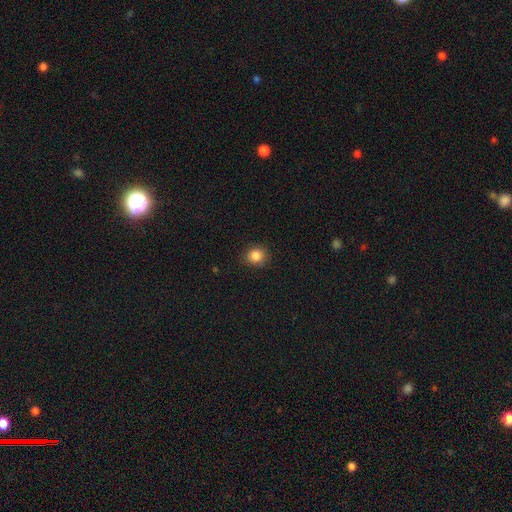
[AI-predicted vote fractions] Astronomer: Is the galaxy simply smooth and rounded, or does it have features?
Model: smooth — 85%.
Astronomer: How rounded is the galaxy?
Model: round — 83%.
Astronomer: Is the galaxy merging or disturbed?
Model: none — 89%.